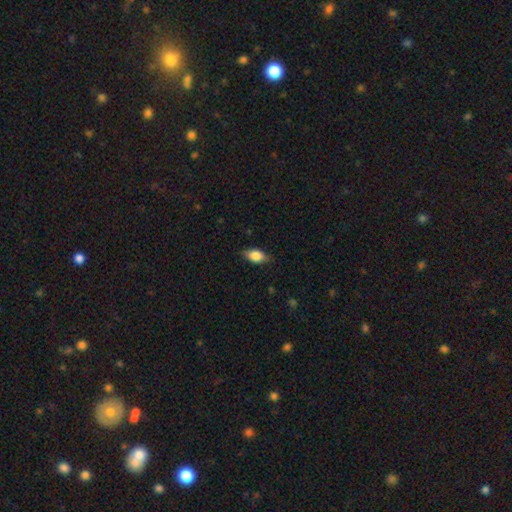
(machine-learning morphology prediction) smooth_or_featured: smooth (p=0.82) [alt: featured or disk p=0.11]
how_rounded: in between (p=0.89) [alt: cigar-shaped p=0.06]
merging: none (p=0.84) [alt: minor disturbance p=0.13]